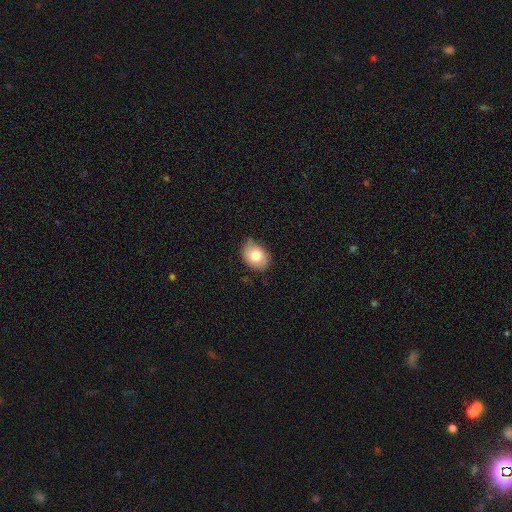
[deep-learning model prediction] smooth 78%, featured or disk 15%, star or artifact 8%. Down the decision tree: how rounded — in between (63%); merging — none (70%).